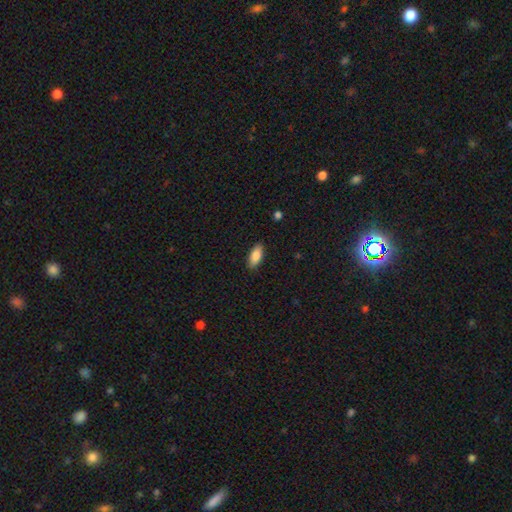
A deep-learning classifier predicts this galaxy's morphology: This appears to be a smooth galaxy with no disk features (86%) that is in between round and cigar-shaped (84%). Merging: none (88%).